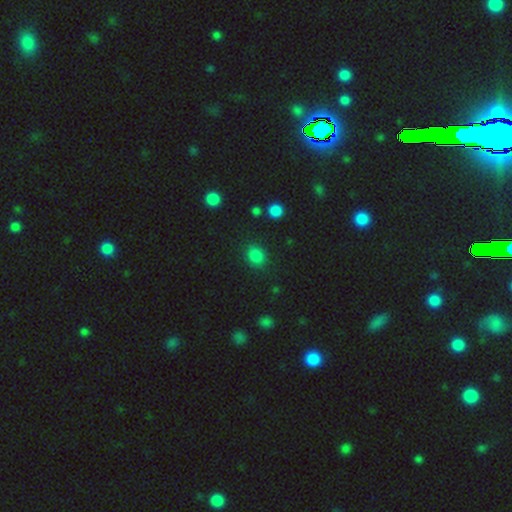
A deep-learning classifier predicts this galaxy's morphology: The model was most divided on "how rounded": round: 65%, in between: 33%, cigar-shaped: 1%. More confident: merging — none (86%); smooth or featured — smooth (83%).